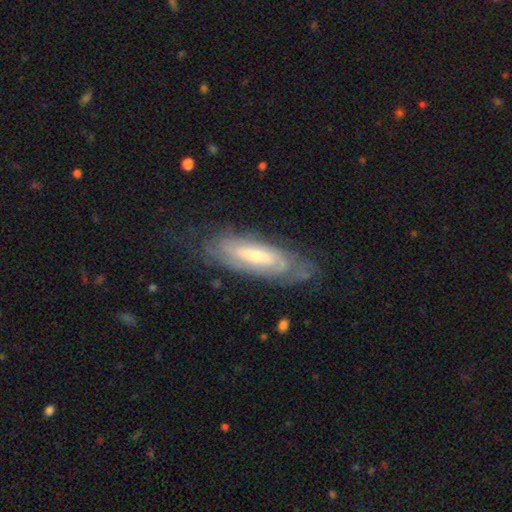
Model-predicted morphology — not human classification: featured or disk 73%, smooth 21%, star or artifact 6%. Down the decision tree: edge-on disk — no (80%); bar — no (44%); spiral arms — yes (86%); spiral arm count — can't tell (54%); spiral winding — tight (65%); bulge size — small (60%); merging — none (70%).